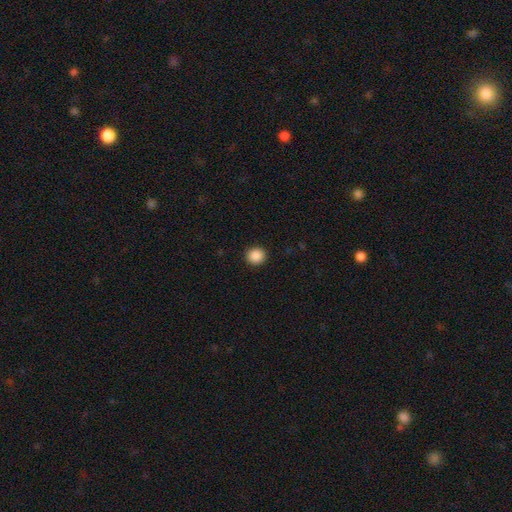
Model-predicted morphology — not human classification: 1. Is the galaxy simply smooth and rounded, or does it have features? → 88% smooth, 9% star or artifact, 2% featured or disk.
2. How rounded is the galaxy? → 89% round, 10% in between, 1% cigar-shaped.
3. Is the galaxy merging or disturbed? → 92% none, 5% minor disturbance, 2% major disturbance, 1% merger.